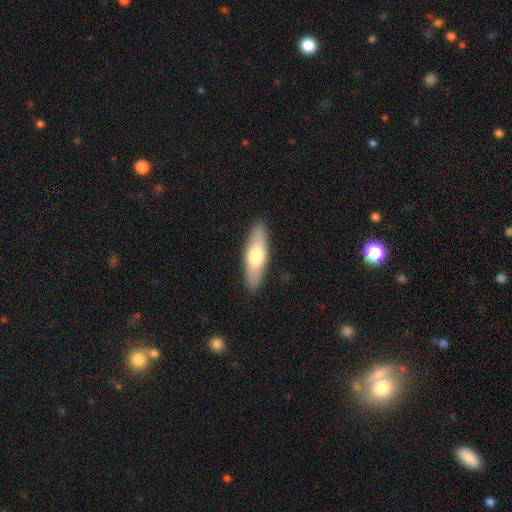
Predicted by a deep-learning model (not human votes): Smooth or featured?
  - smooth: 62% *
  - featured or disk: 32%
  - star or artifact: 5%
How rounded?
  - cigar-shaped: 57% *
  - in between: 41%
  - round: 2%
Merging?
  - none: 89% *
  - minor disturbance: 8%
  - major disturbance: 2%
  - merger: 1%